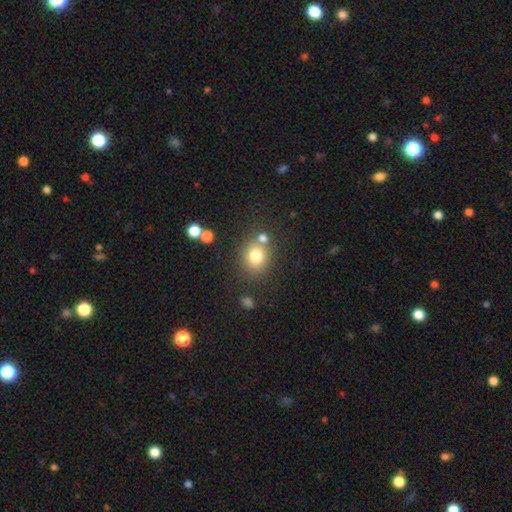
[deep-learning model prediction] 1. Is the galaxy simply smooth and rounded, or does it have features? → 77% smooth, 13% star or artifact, 10% featured or disk.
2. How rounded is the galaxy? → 73% round, 26% in between, 1% cigar-shaped.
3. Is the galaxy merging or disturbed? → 68% none, 16% merger, 11% minor disturbance, 4% major disturbance.